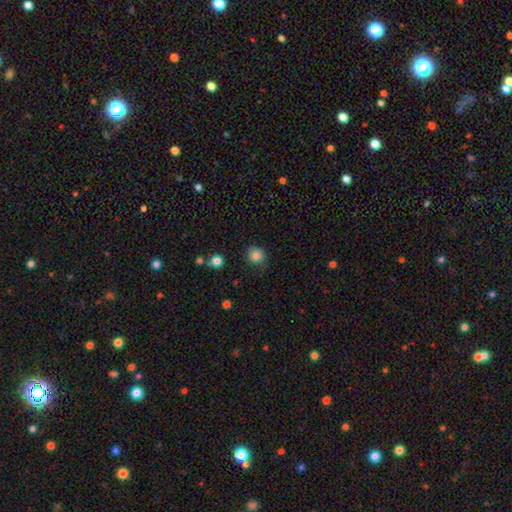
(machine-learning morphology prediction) The model was most divided on "merging": none: 81%, minor disturbance: 14%, major disturbance: 3%, merger: 2%. More confident: how rounded — round (90%); smooth or featured — smooth (83%).